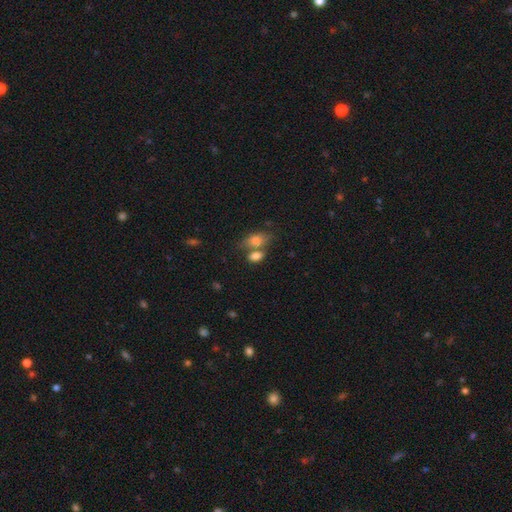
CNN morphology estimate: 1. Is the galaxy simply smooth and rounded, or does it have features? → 80% smooth, 11% featured or disk, 9% star or artifact.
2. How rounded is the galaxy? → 81% in between, 15% round, 4% cigar-shaped.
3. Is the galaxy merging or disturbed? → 42% merger, 40% none, 12% minor disturbance, 5% major disturbance.